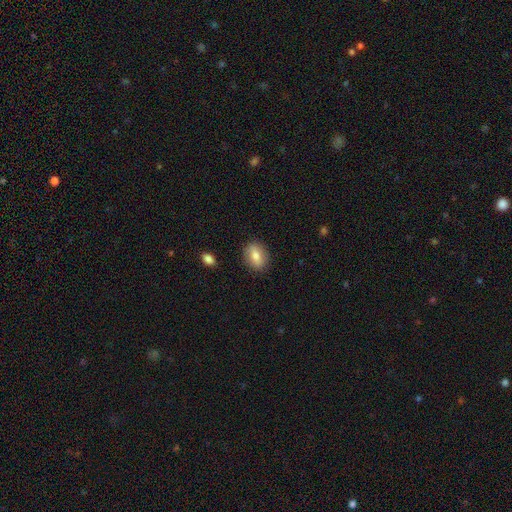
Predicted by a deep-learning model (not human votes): smooth_or_featured: smooth (p=0.69) [alt: featured or disk p=0.23]
how_rounded: in between (p=0.64) [alt: round p=0.33]
merging: none (p=0.85) [alt: minor disturbance p=0.10]